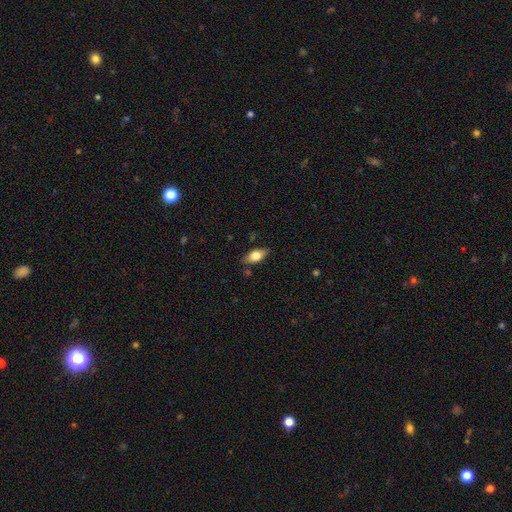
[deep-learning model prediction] This is likely a smooth galaxy (67%). How rounded: clearly in between (84%). Merging: clearly none (82%).